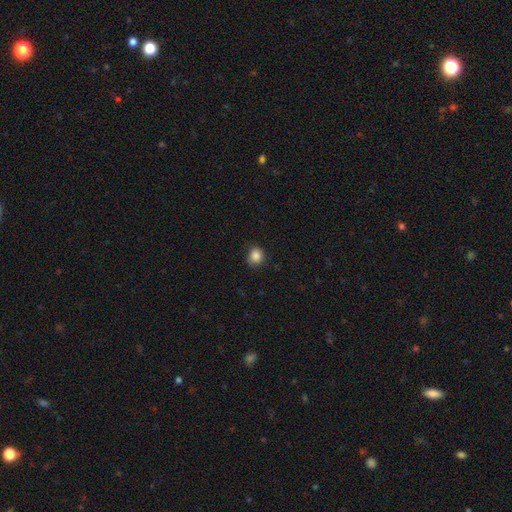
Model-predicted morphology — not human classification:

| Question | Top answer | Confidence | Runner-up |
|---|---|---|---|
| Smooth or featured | smooth | 86% | star or artifact (10%) |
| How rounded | round | 74% | in between (25%) |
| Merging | none | 76% | minor disturbance (19%) |